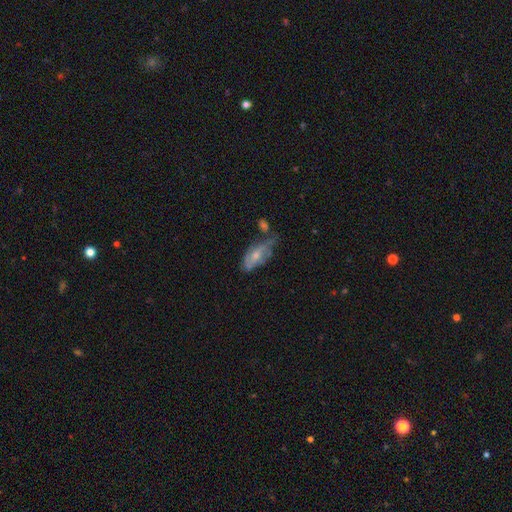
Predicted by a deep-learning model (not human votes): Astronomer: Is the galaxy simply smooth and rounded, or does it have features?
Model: featured or disk — 50% (runner-up: smooth, 42%).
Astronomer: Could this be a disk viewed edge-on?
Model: no — 87%.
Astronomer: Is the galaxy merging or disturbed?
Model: none — 36% (runner-up: minor disturbance, 31%).